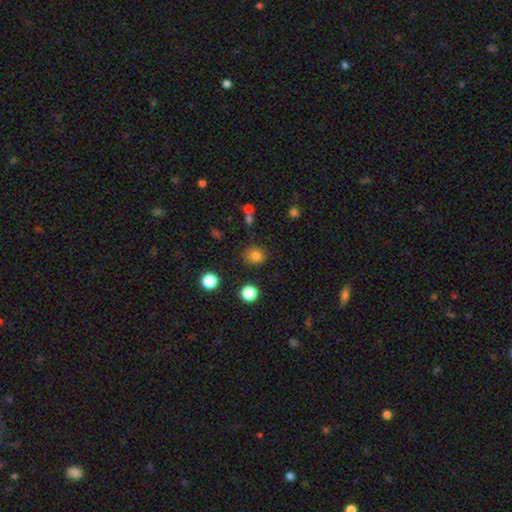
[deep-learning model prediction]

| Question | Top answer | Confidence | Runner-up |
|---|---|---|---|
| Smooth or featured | smooth | 81% | star or artifact (13%) |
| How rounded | round | 79% | in between (20%) |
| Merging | none | 83% | minor disturbance (11%) |